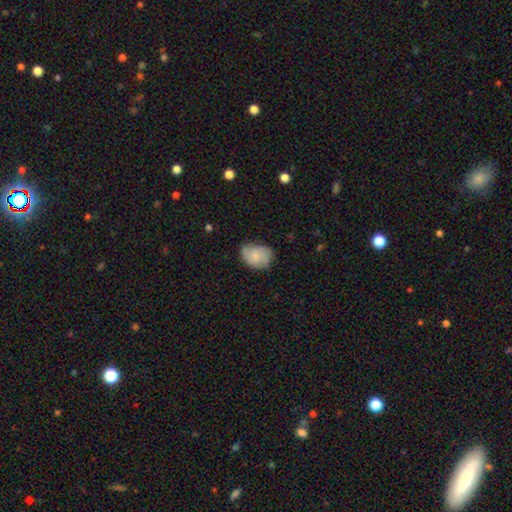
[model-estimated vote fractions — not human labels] A smooth galaxy with no disk features (52%) that is in between round and cigar-shaped (64%).

Vote fractions:
- Smooth or featured? smooth: 52% / featured or disk: 41% / star or artifact: 8%
- How rounded? in between: 64% / round: 35% / cigar-shaped: 1%
- Merging? none: 63% / minor disturbance: 28% / major disturbance: 8% / merger: 1%